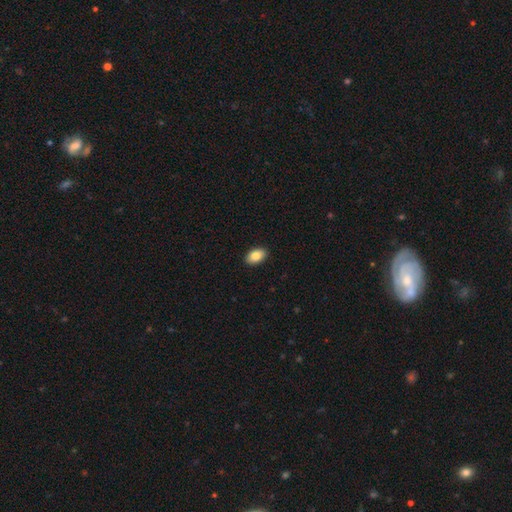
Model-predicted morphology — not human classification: A smooth galaxy with no disk features (86%) that is in between round and cigar-shaped (92%). Merging: none (90%).